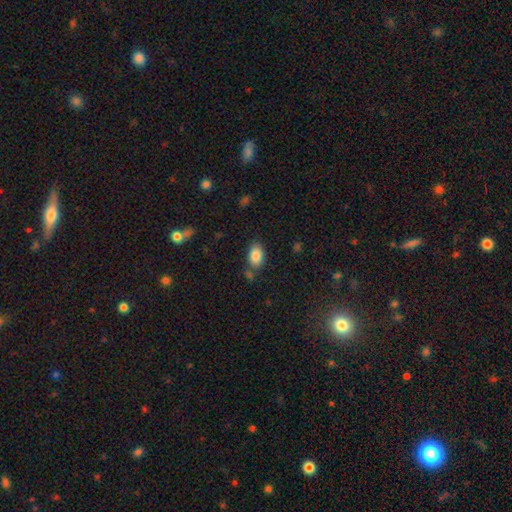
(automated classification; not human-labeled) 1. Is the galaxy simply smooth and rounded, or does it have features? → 85% smooth, 8% star or artifact, 7% featured or disk.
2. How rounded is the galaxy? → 88% in between, 10% round, 1% cigar-shaped.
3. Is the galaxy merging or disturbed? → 76% none, 13% minor disturbance, 7% merger, 3% major disturbance.